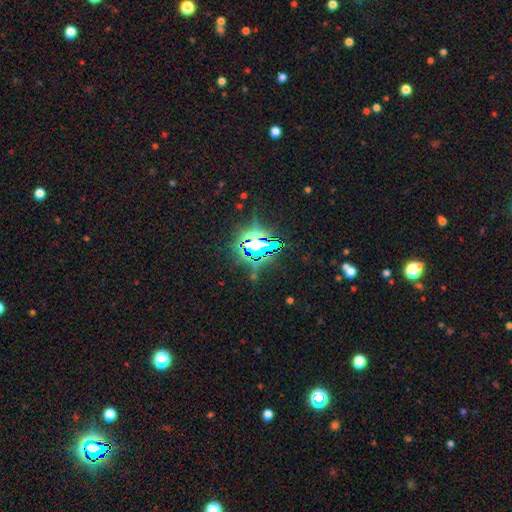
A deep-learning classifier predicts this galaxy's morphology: type=star or artifact (82%).